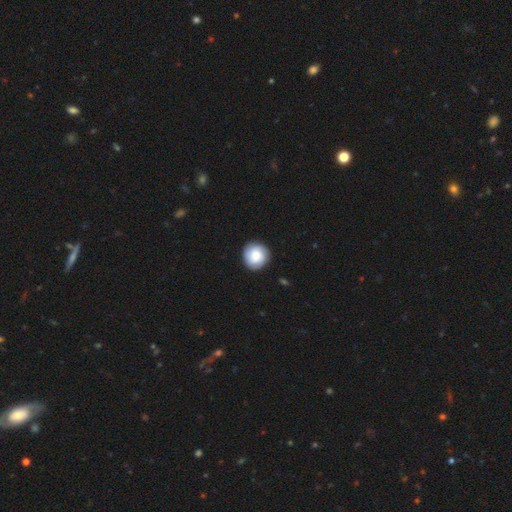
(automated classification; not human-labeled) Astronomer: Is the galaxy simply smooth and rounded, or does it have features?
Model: smooth — 73%.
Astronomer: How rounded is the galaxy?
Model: round — 91%.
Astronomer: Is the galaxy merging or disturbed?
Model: none — 87%.